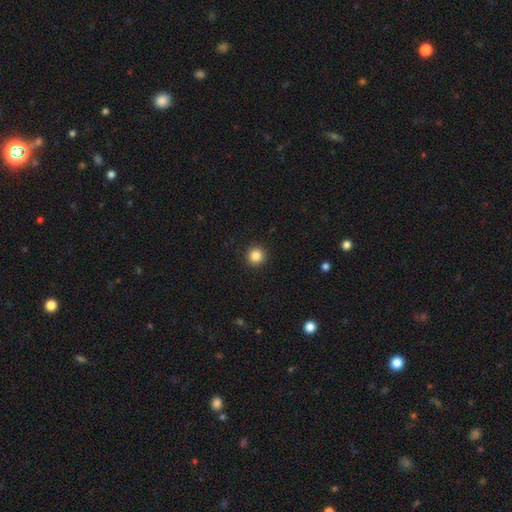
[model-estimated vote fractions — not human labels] smooth 85%, star or artifact 11%, featured or disk 4%. Down the decision tree: how rounded — round (95%); merging — none (93%).